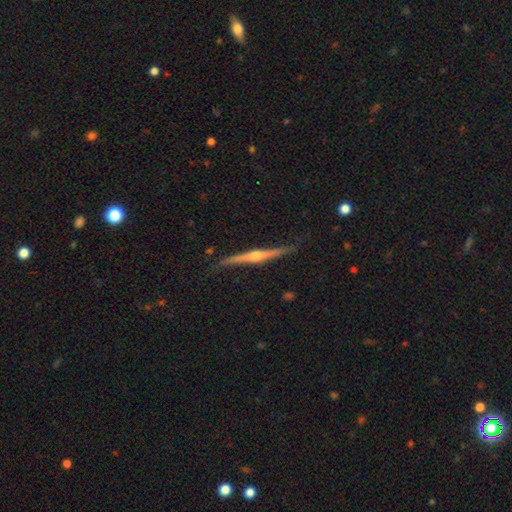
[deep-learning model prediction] This appears to be a featured or disk galaxy (80%) viewed edge-on (98%) with a rounded central bulge (88%). Merging: none (81%).